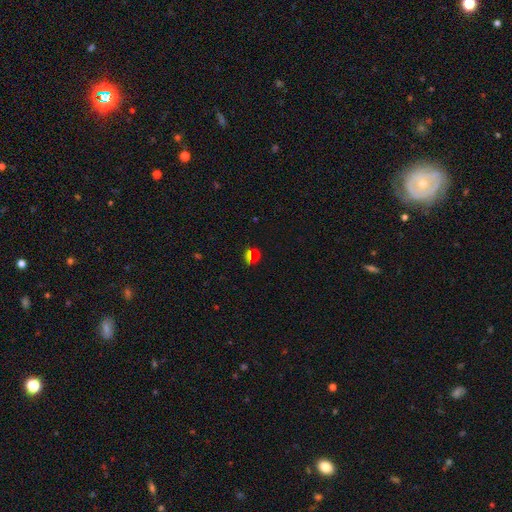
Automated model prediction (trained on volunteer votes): smooth-or-featured: smooth: 51% | star or artifact: 40% | featured or disk: 9%
  how-rounded: round: 66% | in between: 29% | cigar-shaped: 5%
  merging: none: 72% | minor disturbance: 15% | major disturbance: 8% | merger: 5%